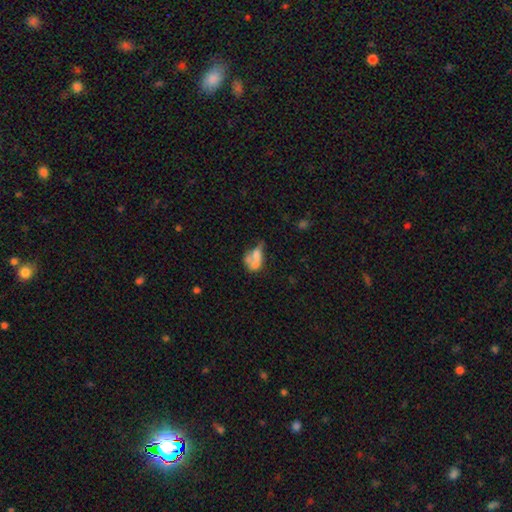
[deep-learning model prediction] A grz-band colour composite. It shows a smooth galaxy with no disk features (52%) that is in between round and cigar-shaped (77%). Merging: merger (45%).